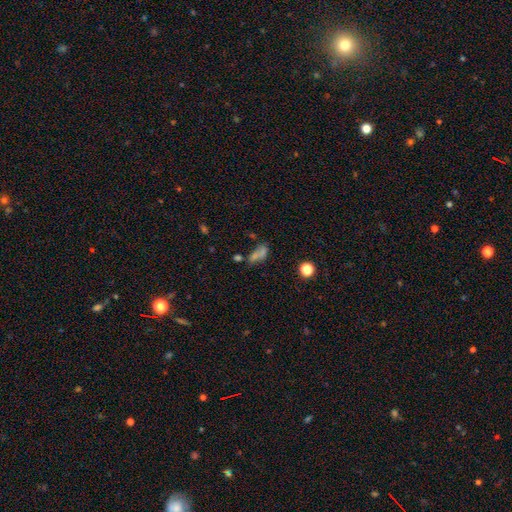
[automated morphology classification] Q: Smooth or featured?
A: smooth (53%); runner-up: star or artifact (25%)
Q: How rounded?
A: in between (67%); runner-up: round (17%)
Q: Merging?
A: none (38%); runner-up: merger (31%)